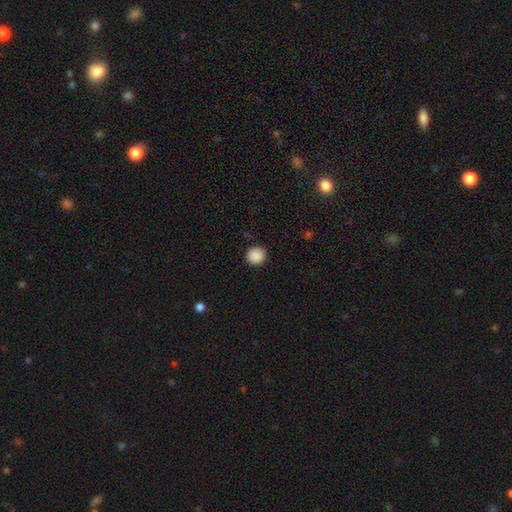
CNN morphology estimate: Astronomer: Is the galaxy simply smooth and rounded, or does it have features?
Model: smooth — 89%.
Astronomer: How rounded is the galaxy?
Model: round — 93%.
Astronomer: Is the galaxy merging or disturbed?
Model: none — 91%.